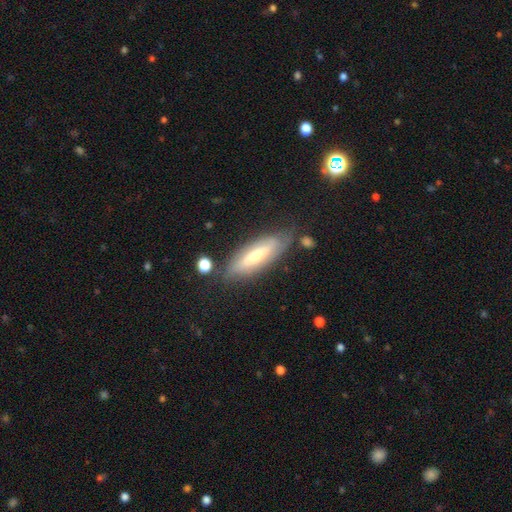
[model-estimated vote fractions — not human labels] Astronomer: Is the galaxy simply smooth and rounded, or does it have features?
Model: featured or disk — 56% (runner-up: smooth, 38%).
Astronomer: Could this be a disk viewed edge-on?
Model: no — 56% (runner-up: yes, 44%).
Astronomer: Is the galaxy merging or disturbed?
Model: none — 74%.